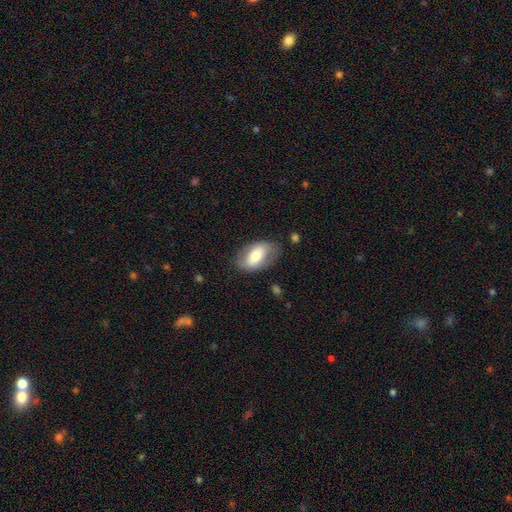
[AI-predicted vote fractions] Q: Smooth or featured?
A: smooth (60%); runner-up: featured or disk (33%)
Q: How rounded?
A: in between (91%); runner-up: round (7%)
Q: Merging?
A: none (73%); runner-up: minor disturbance (18%)